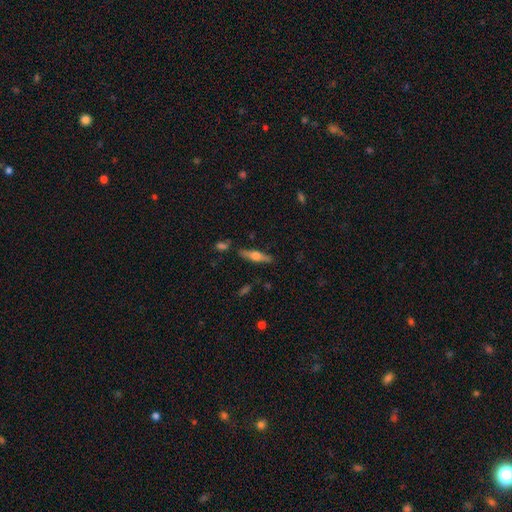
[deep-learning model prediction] Smooth or featured? featured or disk (51%)
Edge-on disk? yes (93%)
Merging? none (82%)